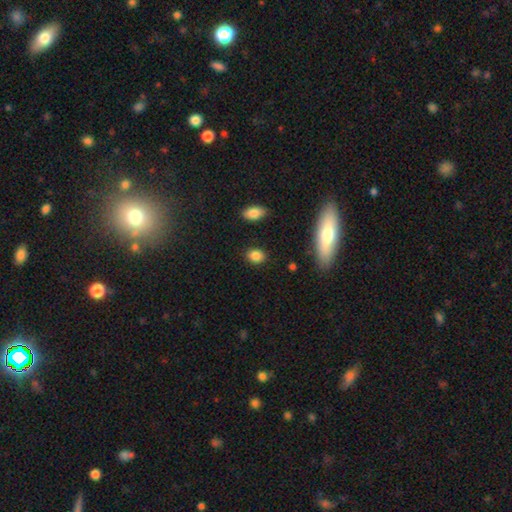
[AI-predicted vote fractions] This appears to be a smooth galaxy with no disk features (85%) that is in between round and cigar-shaped (59%). Merging: none (87%).